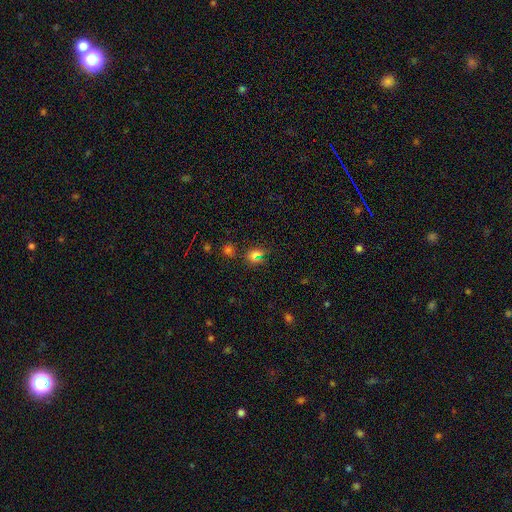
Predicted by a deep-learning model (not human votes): Smooth or featured: smooth — 50% (star or artifact — 41%)
How rounded: round — 62% (in between — 34%)
Merging: none — 73% (minor disturbance — 13%)